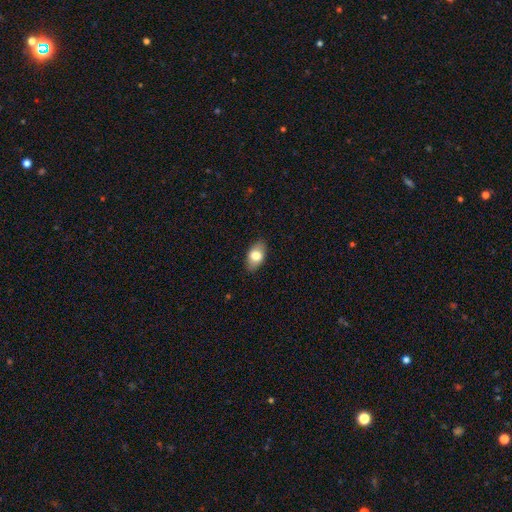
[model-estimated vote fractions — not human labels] Morphology: type=smooth (77%); roundness=in between (91%); merging=none (87%).